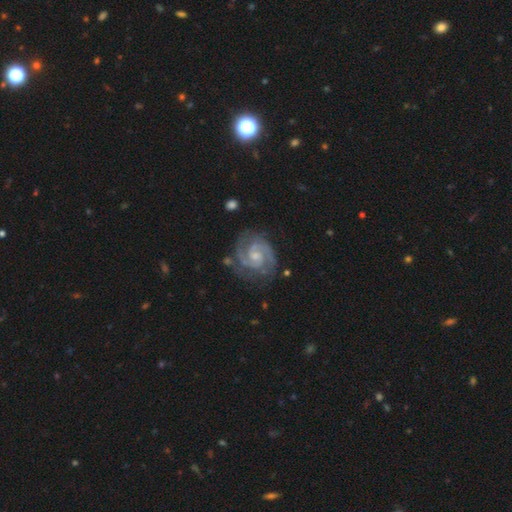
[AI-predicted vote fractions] Q: Smooth or featured?
A: featured or disk (91%); runner-up: smooth (4%)
Q: Edge-on disk?
A: no (98%); runner-up: yes (2%)
Q: Bar?
A: no (52%); runner-up: weak (40%)
Q: Spiral arms?
A: yes (98%); runner-up: no (2%)
Q: Spiral winding?
A: tight (56%); runner-up: medium (39%)
Q: Spiral arm count?
A: 2 (83%); runner-up: 3 (8%)
Q: Bulge size?
A: small (52%); runner-up: moderate (36%)
Q: Merging?
A: none (75%); runner-up: minor disturbance (17%)